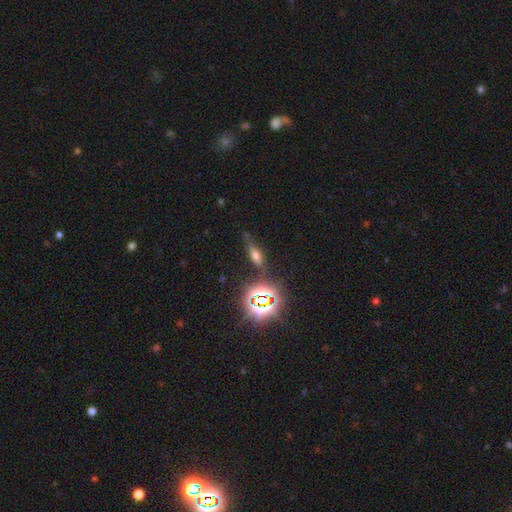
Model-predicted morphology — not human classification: Q: Smooth or featured?
A: smooth (48%); runner-up: star or artifact (30%)
Q: Merging?
A: none (65%); runner-up: minor disturbance (21%)